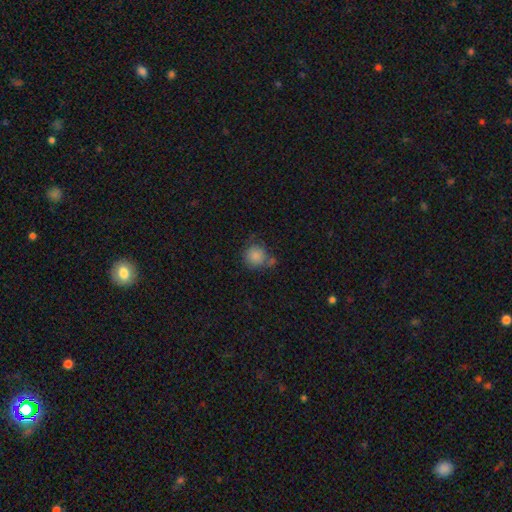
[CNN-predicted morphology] This is clearly a smooth galaxy (85%). How rounded: clearly round (90%). Merging: possibly none (56%).